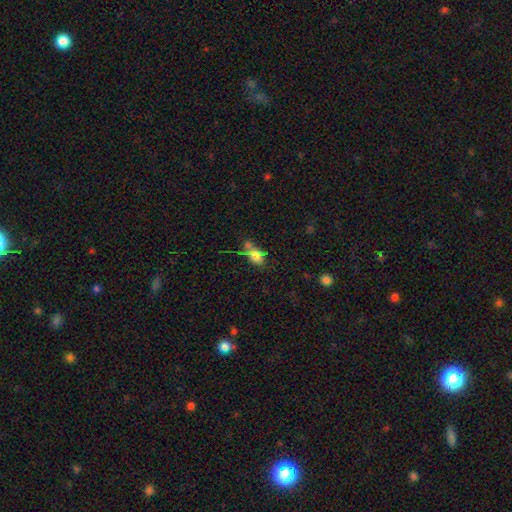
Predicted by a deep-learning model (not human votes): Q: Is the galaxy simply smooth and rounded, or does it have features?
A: smooth — 78%.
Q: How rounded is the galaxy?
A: in between — 71%.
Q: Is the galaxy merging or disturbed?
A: none — 40%.